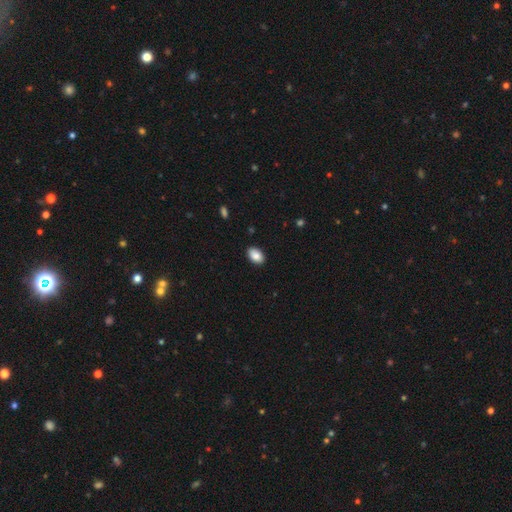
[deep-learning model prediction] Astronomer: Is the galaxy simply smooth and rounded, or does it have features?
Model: smooth — 88%.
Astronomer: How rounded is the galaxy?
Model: in between — 90%.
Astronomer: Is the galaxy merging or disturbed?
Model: none — 88%.